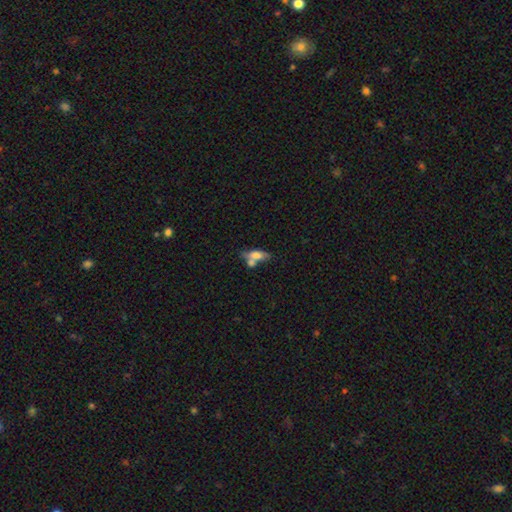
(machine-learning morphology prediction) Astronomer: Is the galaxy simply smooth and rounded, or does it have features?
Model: smooth — 65%.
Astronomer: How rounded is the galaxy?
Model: in between — 69%.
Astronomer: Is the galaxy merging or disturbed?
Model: merger — 43% (runner-up: none, 36%).